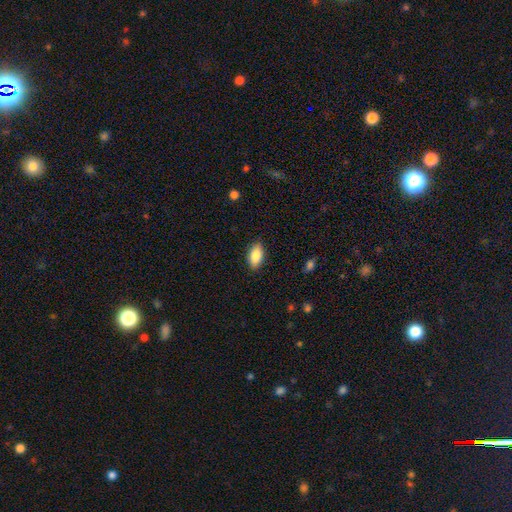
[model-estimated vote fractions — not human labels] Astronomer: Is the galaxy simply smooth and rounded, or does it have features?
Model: smooth — 85%.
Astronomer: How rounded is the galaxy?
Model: in between — 90%.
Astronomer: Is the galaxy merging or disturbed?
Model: none — 88%.